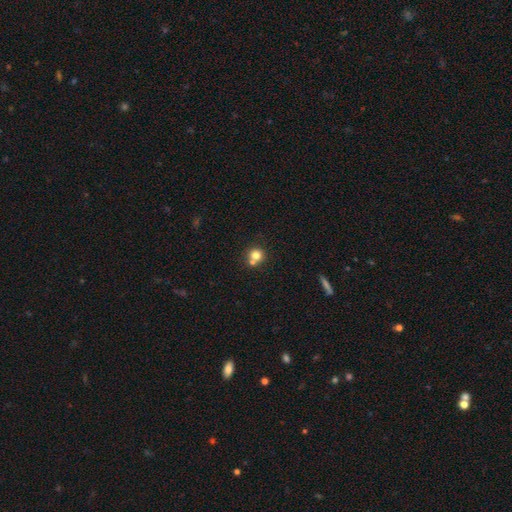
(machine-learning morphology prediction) A smooth galaxy with no disk features (77%) that is round (90%).

Vote fractions:
- Smooth or featured? smooth: 77% / star or artifact: 12% / featured or disk: 10%
- How rounded? round: 90% / in between: 9% / cigar-shaped: 1%
- Merging? none: 56% / merger: 34% / minor disturbance: 7% / major disturbance: 3%